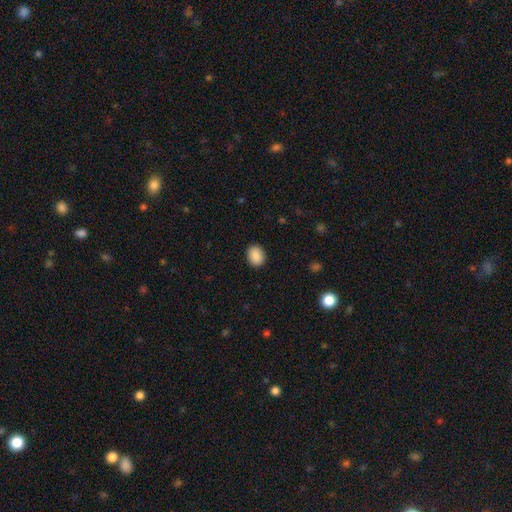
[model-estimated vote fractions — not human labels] Overall: smooth (89%). How rounded: in between (52%; round 47%). Merging: none (90%).